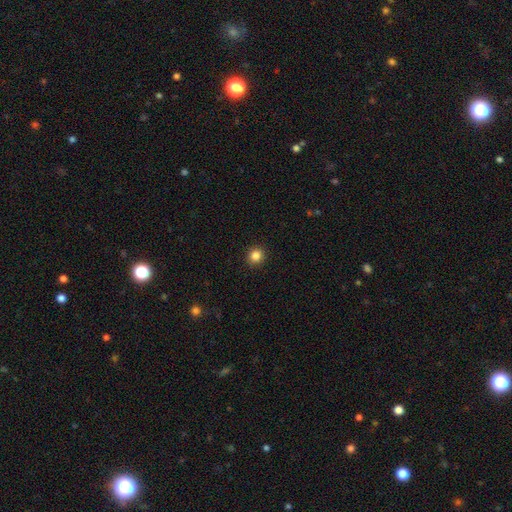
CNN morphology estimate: Smooth or featured? Predicted: smooth (p=0.84). How rounded? Predicted: round (p=0.89). Merging? Predicted: none (p=0.92).